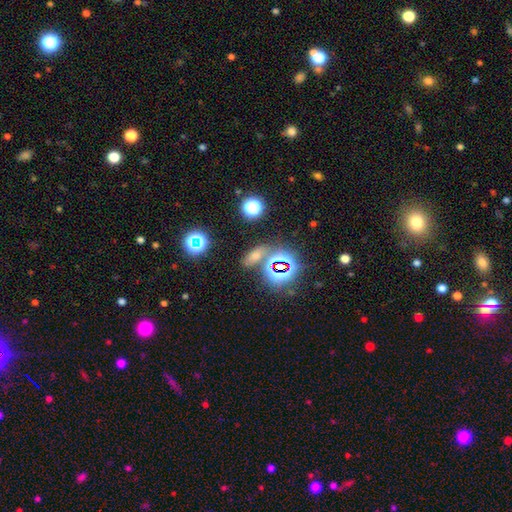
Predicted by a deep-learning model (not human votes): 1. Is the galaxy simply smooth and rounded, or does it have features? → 50% smooth, 39% star or artifact, 12% featured or disk.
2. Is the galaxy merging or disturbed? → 70% none, 13% merger, 12% minor disturbance, 5% major disturbance.